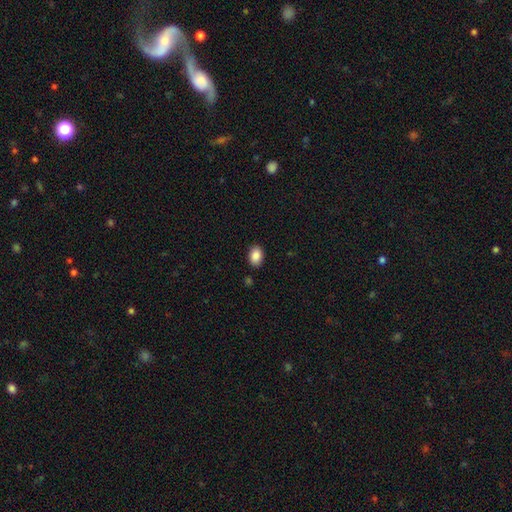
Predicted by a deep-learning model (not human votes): smooth_or_featured: smooth (p=0.88) [alt: star or artifact p=0.08]
how_rounded: in between (p=0.83) [alt: round p=0.16]
merging: none (p=0.87) [alt: minor disturbance p=0.09]